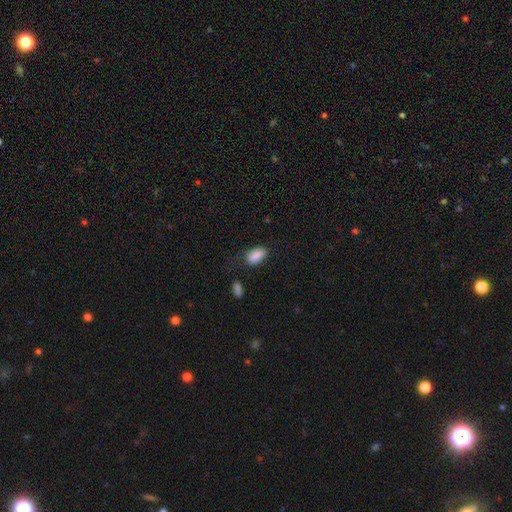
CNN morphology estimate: Smooth or featured: smooth — 89% (star or artifact — 7%)
How rounded: in between — 92% (cigar-shaped — 4%)
Merging: none — 70% (minor disturbance — 20%)